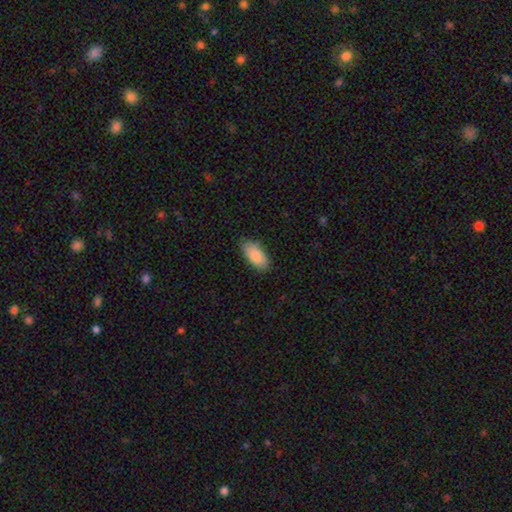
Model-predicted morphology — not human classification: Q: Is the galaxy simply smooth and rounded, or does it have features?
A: smooth — 86%.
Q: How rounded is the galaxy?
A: in between — 91%.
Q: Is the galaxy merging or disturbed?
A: none — 81%.